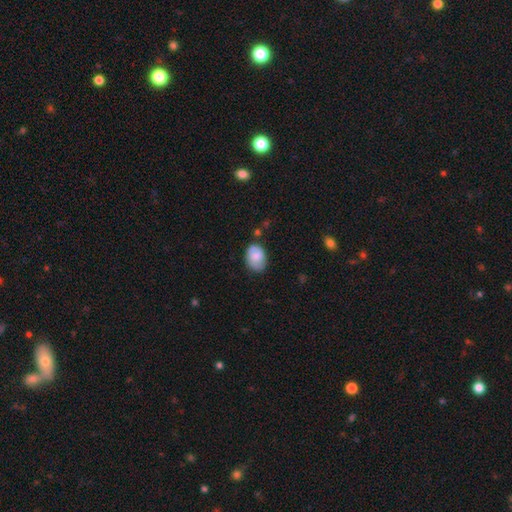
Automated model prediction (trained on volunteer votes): smooth_or_featured: smooth (p=0.70) [alt: featured or disk p=0.22]
how_rounded: in between (p=0.77) [alt: round p=0.22]
merging: none (p=0.63) [alt: minor disturbance p=0.28]